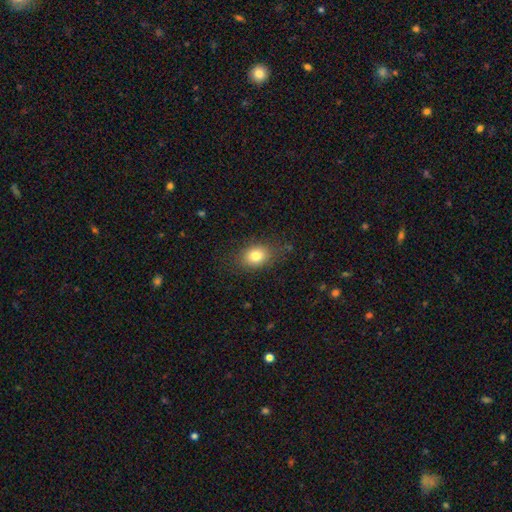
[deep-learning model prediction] smooth-or-featured: smooth: 80% | star or artifact: 10% | featured or disk: 10%
  how-rounded: in between: 62% | round: 37% | cigar-shaped: 1%
  merging: none: 79% | minor disturbance: 15% | major disturbance: 5% | merger: 1%